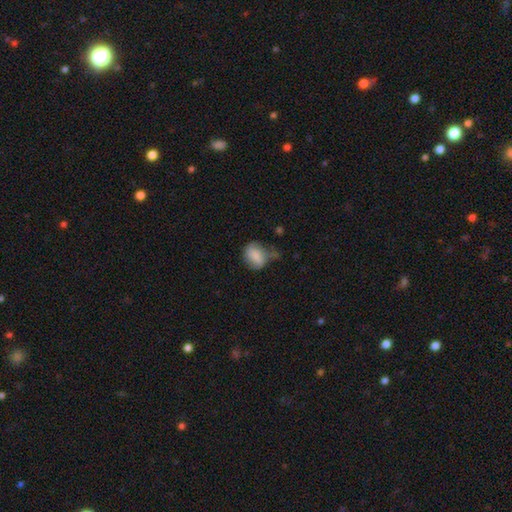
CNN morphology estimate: Smooth or featured? smooth (73%)
How rounded? in between (58%)
Merging? none (42%)